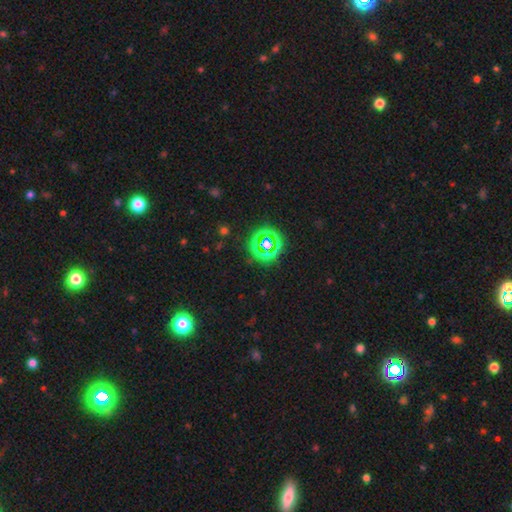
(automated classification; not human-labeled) Smooth or featured: star or artifact — 65% (smooth — 23%)